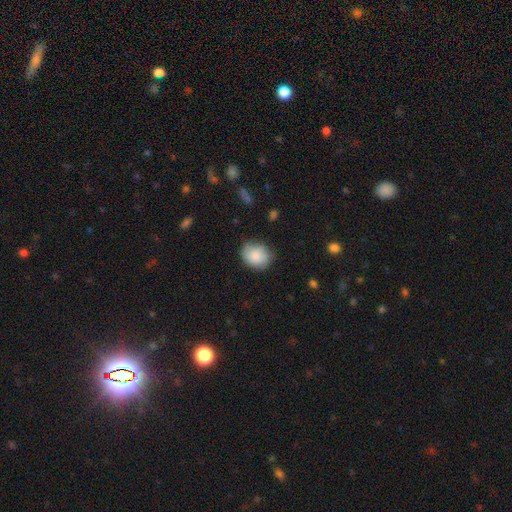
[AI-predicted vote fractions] smooth_or_featured: smooth (p=0.84) [alt: featured or disk p=0.09]
how_rounded: round (p=0.50) [alt: in between p=0.49]
merging: none (p=0.72) [alt: minor disturbance p=0.22]